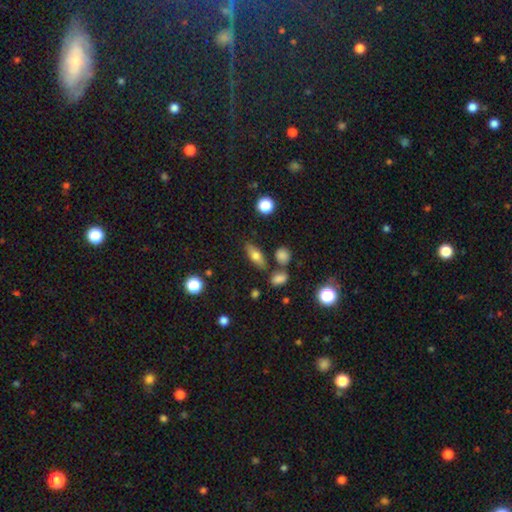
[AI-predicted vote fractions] Overall: smooth (68%). How rounded: in between (68%). Merging: none (76%).